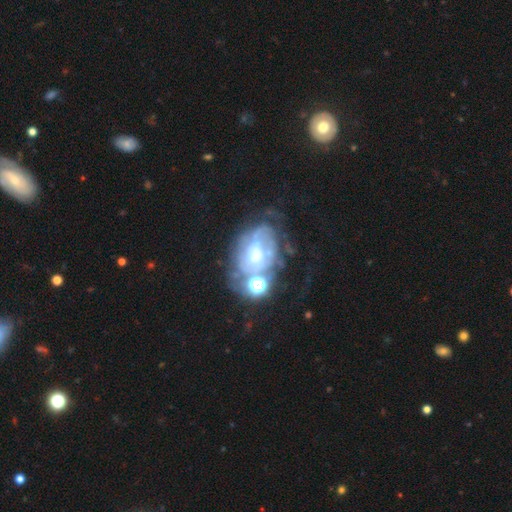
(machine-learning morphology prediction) A featured or disk galaxy (70%) with no bar (63%), spiral arms (59%) and a moderate central bulge (52%).

Vote fractions:
- Smooth or featured? featured or disk: 70% / smooth: 17% / star or artifact: 13%
- Edge-on disk? no: 96% / yes: 4%
- Bar? no: 63% / weak: 28% / strong: 9%
- Spiral arms? yes: 59% / no: 41%
- Bulge size? moderate: 52% / small: 33% / large: 9% / none: 5% / dominant: 2%
- Merging? none: 36% / major disturbance: 24% / merger: 21% / minor disturbance: 20%